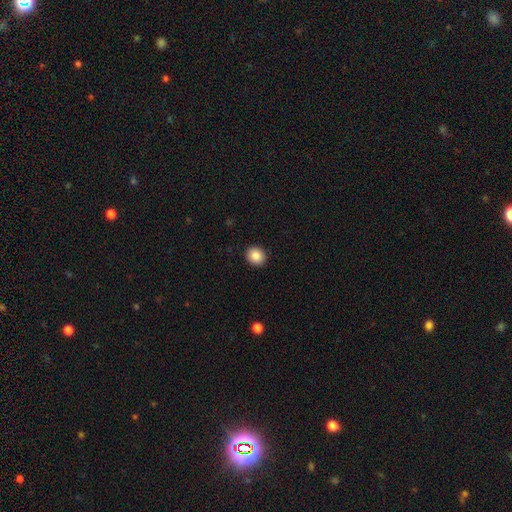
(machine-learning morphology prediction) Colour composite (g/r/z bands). It shows a smooth galaxy with no disk features (87%) that is round (74%). Merging: none (91%).